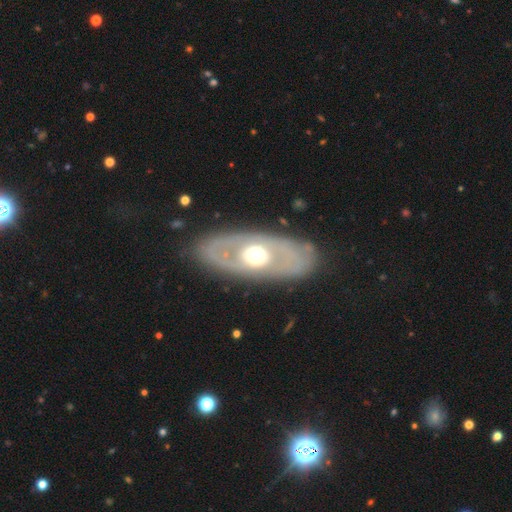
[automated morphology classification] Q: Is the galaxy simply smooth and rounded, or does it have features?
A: featured or disk — 67%.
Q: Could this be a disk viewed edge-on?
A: no — 85%.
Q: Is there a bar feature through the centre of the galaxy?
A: no — 85%.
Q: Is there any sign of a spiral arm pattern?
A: no — 72%.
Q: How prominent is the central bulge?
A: moderate — 65%.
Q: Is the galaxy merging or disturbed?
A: none — 82%.